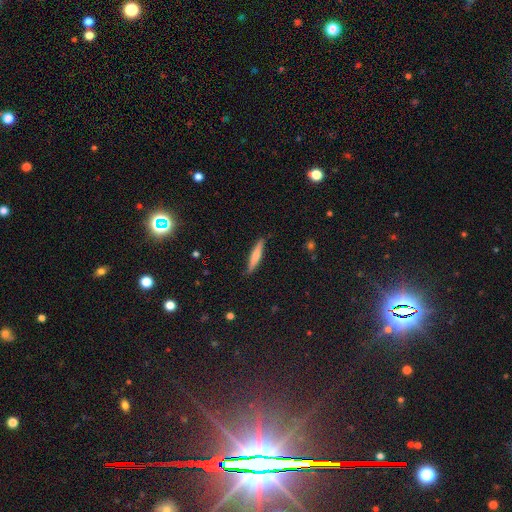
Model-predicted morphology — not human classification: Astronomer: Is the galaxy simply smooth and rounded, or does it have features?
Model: smooth — 61%.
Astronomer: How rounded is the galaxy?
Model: cigar-shaped — 90%.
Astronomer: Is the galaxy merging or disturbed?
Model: none — 88%.